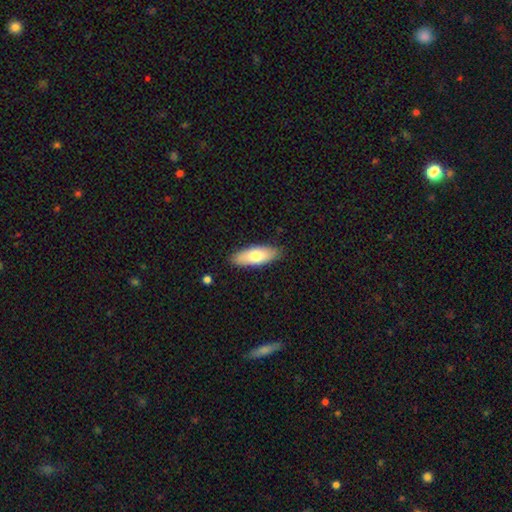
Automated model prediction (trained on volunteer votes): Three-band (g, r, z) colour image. It shows a smooth galaxy with no disk features (73%) that is in between round and cigar-shaped (70%). Merging: none (87%).